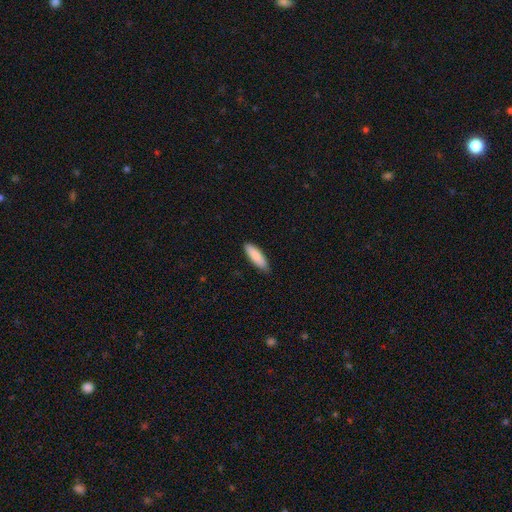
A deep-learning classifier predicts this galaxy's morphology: Smooth or featured? Predicted: smooth (p=0.86). How rounded? Predicted: cigar-shaped (p=0.52). Merging? Predicted: none (p=0.87).